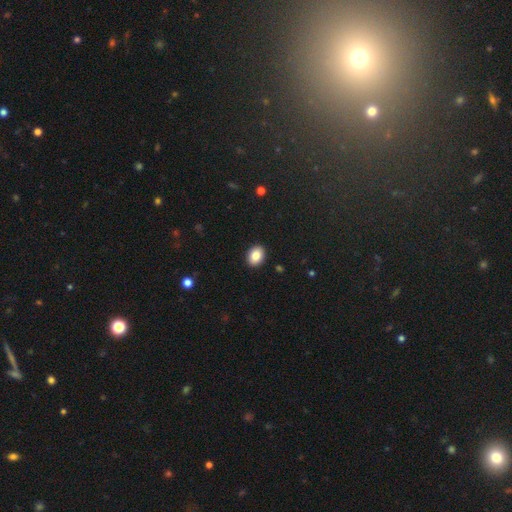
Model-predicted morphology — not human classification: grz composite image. It shows a smooth galaxy with no disk features (86%) that is in between round and cigar-shaped (68%). Merging: none (91%).